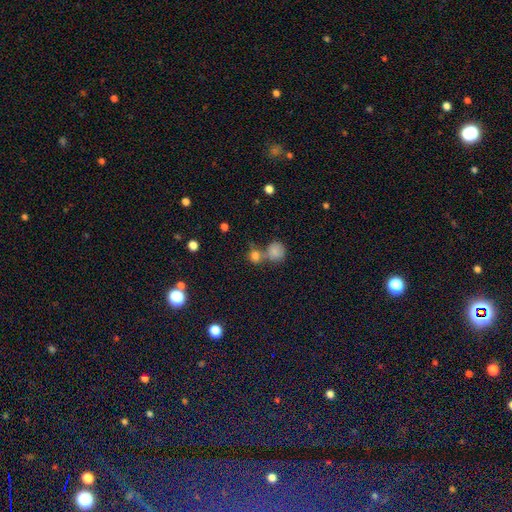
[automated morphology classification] type=smooth (74%); roundness=round (81%); merging=none (49%).